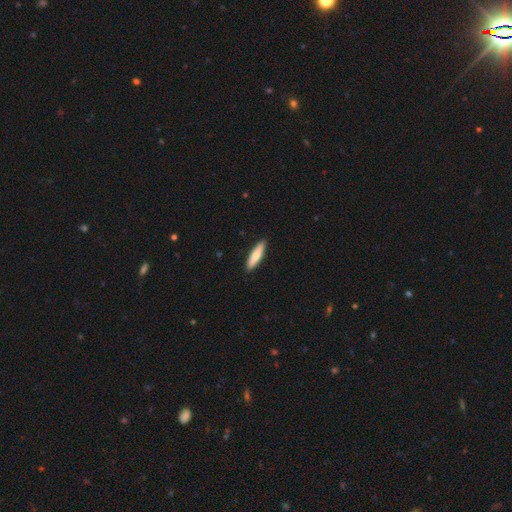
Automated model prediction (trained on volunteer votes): Morphology: type=smooth (70%); roundness=cigar-shaped (79%); merging=none (91%).